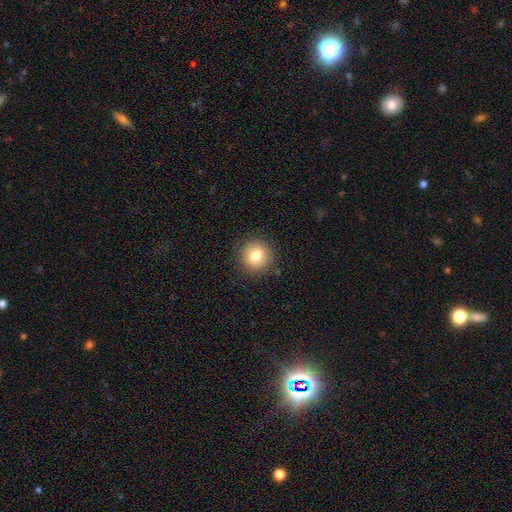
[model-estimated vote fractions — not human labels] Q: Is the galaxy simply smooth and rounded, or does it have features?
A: smooth — 79%.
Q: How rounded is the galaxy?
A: round — 91%.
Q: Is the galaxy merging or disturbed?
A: none — 89%.